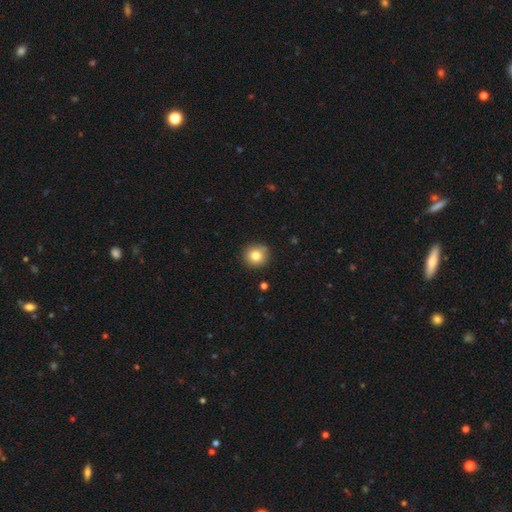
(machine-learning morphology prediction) Overall: smooth (81%). How rounded: round (92%). Merging: none (85%).